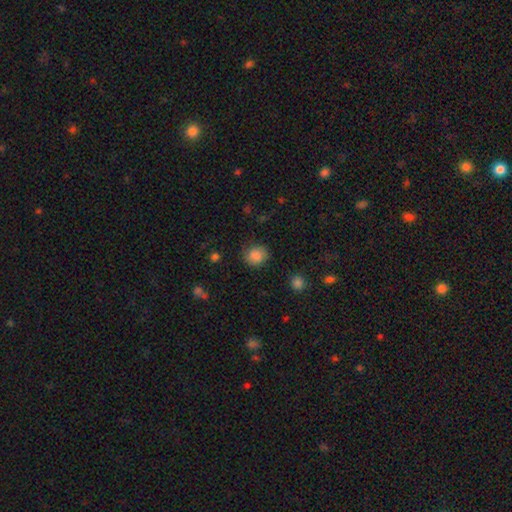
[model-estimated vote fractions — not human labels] smooth_or_featured: smooth (p=0.80) [alt: featured or disk p=0.11]
how_rounded: round (p=0.76) [alt: in between p=0.23]
merging: none (p=0.79) [alt: minor disturbance p=0.15]